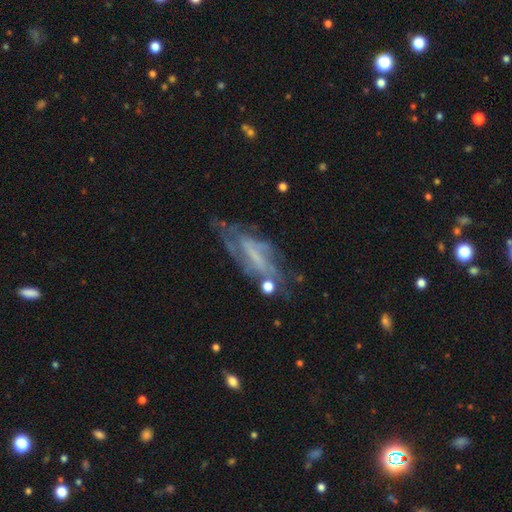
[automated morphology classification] This is likely a featured or disk galaxy (69%). It is clearly not viewed edge-on (81%). Bar: marginally no (37%). Spiral arm pattern: likely yes (63%). Central bulge: possibly none (53%). Merging: possibly none (49%).